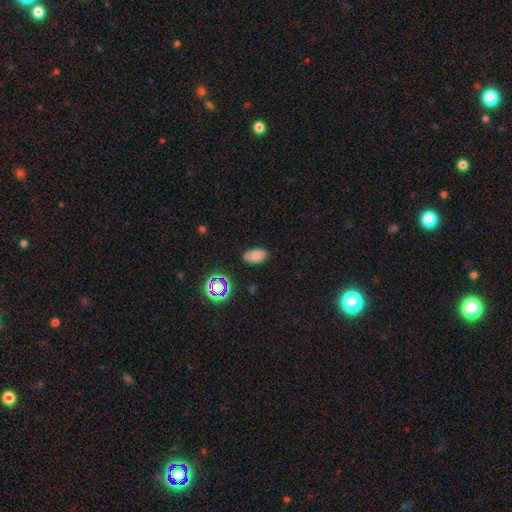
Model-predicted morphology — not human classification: Smooth or featured? Predicted: smooth (p=0.75). How rounded? Predicted: in between (p=0.92). Merging? Predicted: none (p=0.81).